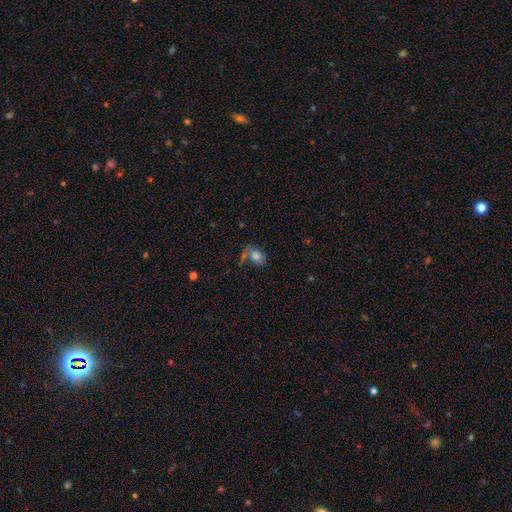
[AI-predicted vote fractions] Smooth or featured? Predicted: smooth (p=0.64). How rounded? Predicted: in between (p=0.77). Merging? Predicted: none (p=0.45).